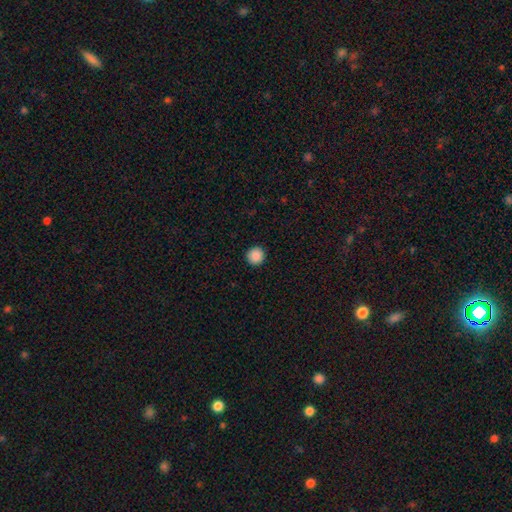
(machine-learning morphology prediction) smooth 89%, star or artifact 9%, featured or disk 2%. Down the decision tree: how rounded — round (94%); merging — none (93%).